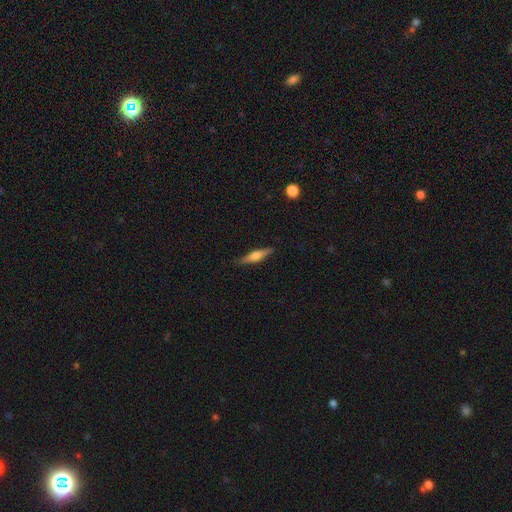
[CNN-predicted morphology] Smooth or featured? Predicted: featured or disk (p=0.49). Merging? Predicted: none (p=0.86).